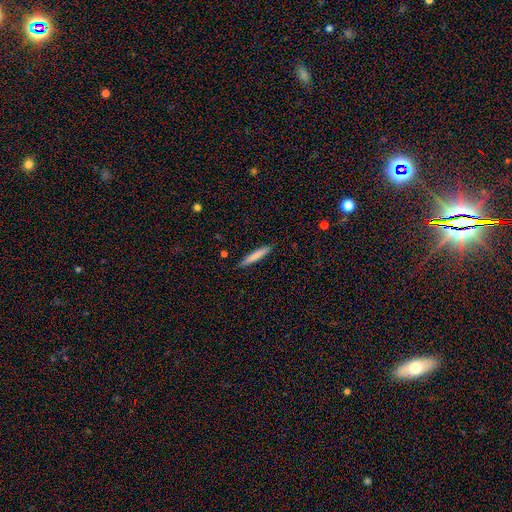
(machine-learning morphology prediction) The model was most divided on "smooth or featured": smooth: 76%, featured or disk: 18%, star or artifact: 6%. More confident: how rounded — cigar-shaped (94%); merging — none (88%).